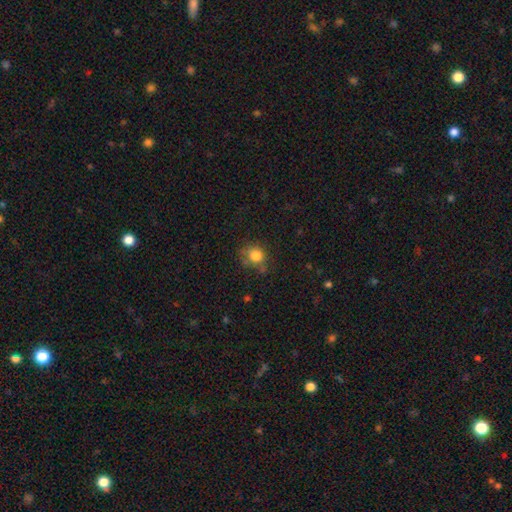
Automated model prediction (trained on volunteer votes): A smooth galaxy with no disk features (79%) that is round (73%). Merging: none (61%).